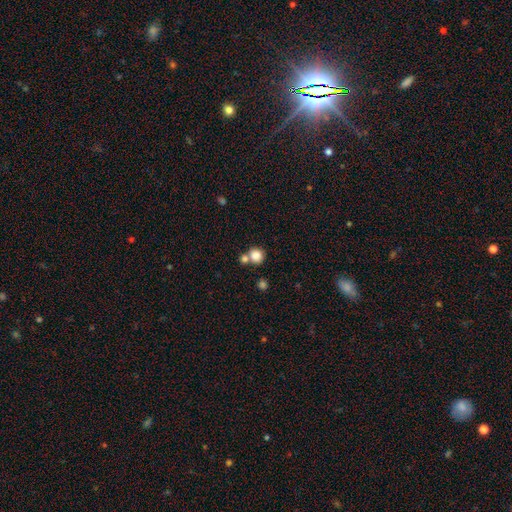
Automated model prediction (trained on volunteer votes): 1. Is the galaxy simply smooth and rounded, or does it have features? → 83% smooth, 11% star or artifact, 6% featured or disk.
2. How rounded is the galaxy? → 89% round, 10% in between, 1% cigar-shaped.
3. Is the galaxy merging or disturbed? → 54% none, 35% merger, 8% minor disturbance, 3% major disturbance.